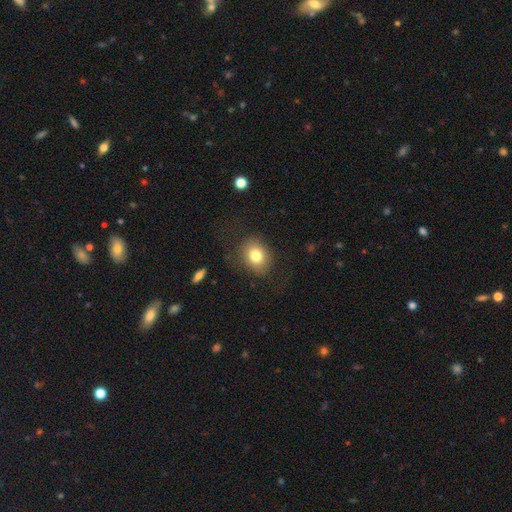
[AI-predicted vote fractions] This is likely a smooth galaxy (79%). How rounded: possibly in between (53%). Merging: likely none (75%).